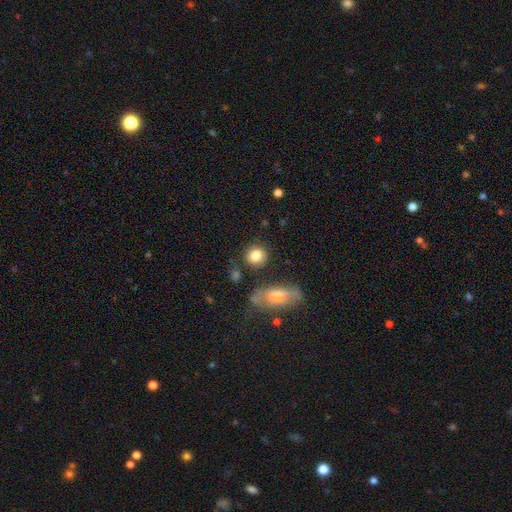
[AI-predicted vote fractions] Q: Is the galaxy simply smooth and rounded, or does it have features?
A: smooth — 83%.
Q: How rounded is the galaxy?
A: round — 76%.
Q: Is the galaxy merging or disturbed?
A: none — 76%.